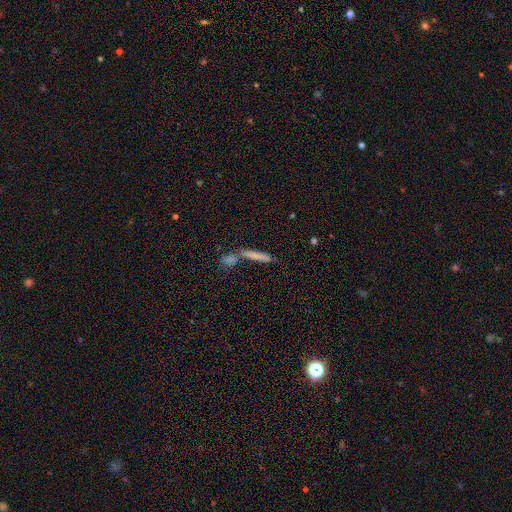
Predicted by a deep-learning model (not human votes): smooth-or-featured: smooth: 71% | featured or disk: 19% | star or artifact: 10%
  how-rounded: cigar-shaped: 89% | in between: 9% | round: 2%
  merging: none: 55% | merger: 30% | minor disturbance: 10% | major disturbance: 4%